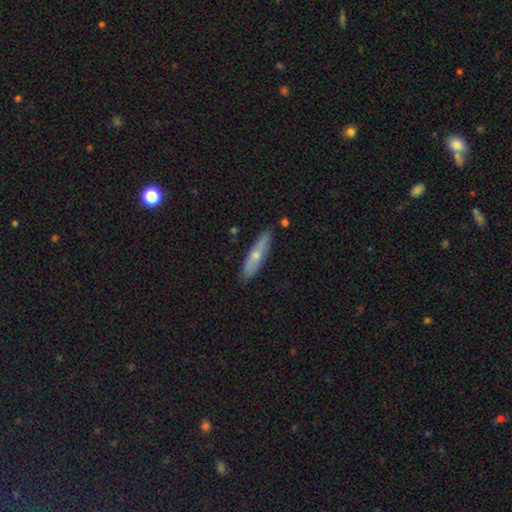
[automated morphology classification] Q: Smooth or featured?
A: smooth (56%); runner-up: featured or disk (38%)
Q: How rounded?
A: cigar-shaped (82%); runner-up: in between (16%)
Q: Merging?
A: none (86%); runner-up: minor disturbance (11%)